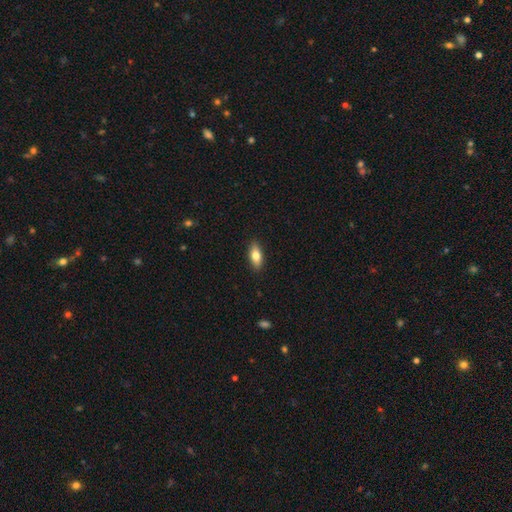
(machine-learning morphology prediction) Q: Smooth or featured?
A: smooth (74%); runner-up: featured or disk (20%)
Q: How rounded?
A: in between (78%); runner-up: cigar-shaped (19%)
Q: Merging?
A: none (89%); runner-up: minor disturbance (8%)